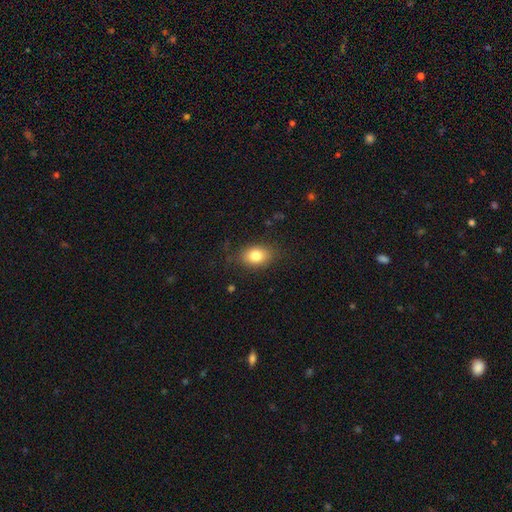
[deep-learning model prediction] This appears to be a smooth galaxy with no disk features (81%) that is in between round and cigar-shaped (72%). Merging: none (81%).